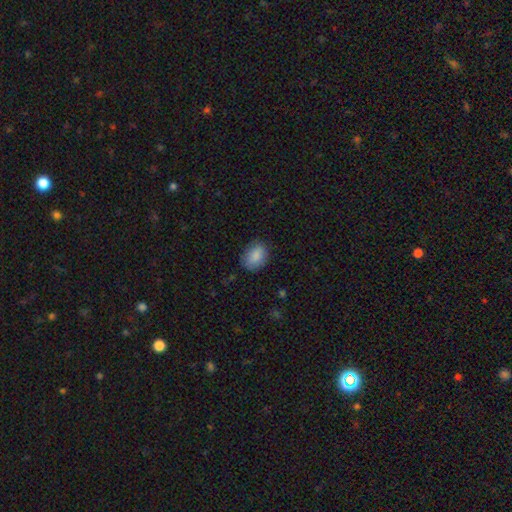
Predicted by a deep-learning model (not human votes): A smooth galaxy with no disk features (87%) that is in between round and cigar-shaped (75%).

Vote fractions:
- Smooth or featured? smooth: 87% / star or artifact: 7% / featured or disk: 6%
- How rounded? in between: 75% / round: 24% / cigar-shaped: 1%
- Merging? none: 77% / minor disturbance: 18% / major disturbance: 4% / merger: 1%